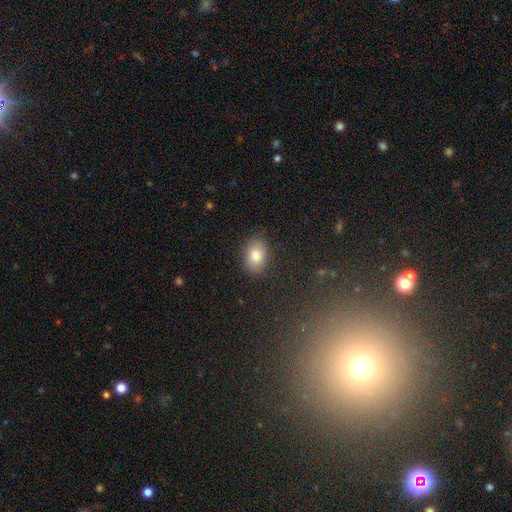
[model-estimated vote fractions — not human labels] Smooth or featured? smooth (83%)
How rounded? in between (76%)
Merging? none (85%)